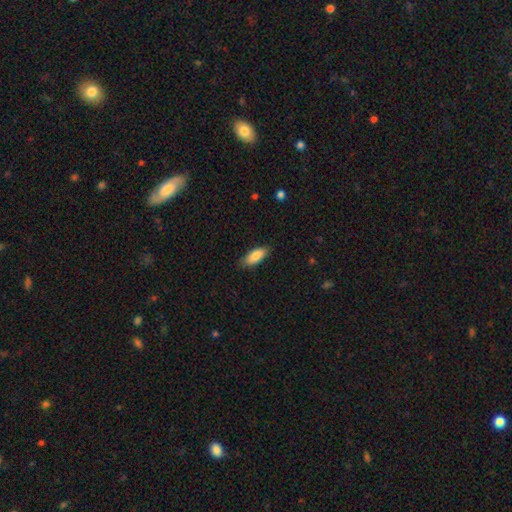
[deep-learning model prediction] Overall: smooth (87%). How rounded: in between (81%). Merging: none (80%).